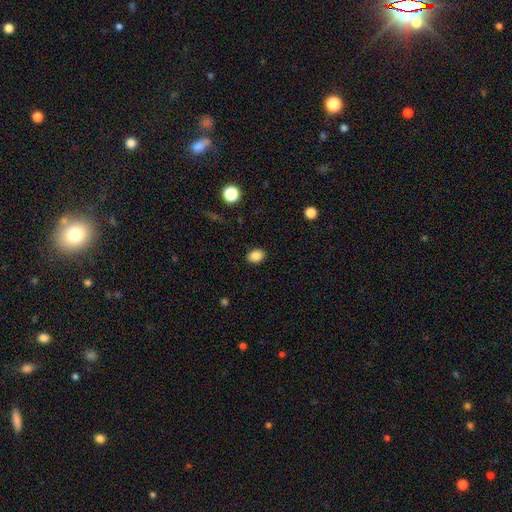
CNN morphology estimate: A smooth galaxy with no disk features (86%) that is in between round and cigar-shaped (60%). Merging: none (88%).